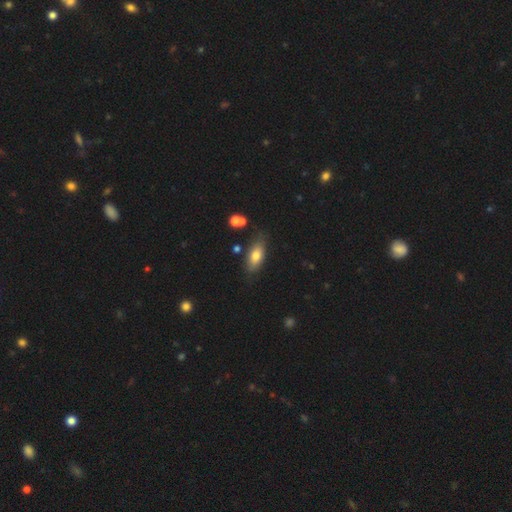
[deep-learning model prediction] smooth-or-featured: smooth: 77% | featured or disk: 16% | star or artifact: 8%
  how-rounded: in between: 84% | cigar-shaped: 12% | round: 4%
  merging: none: 76% | minor disturbance: 16% | merger: 4% | major disturbance: 4%